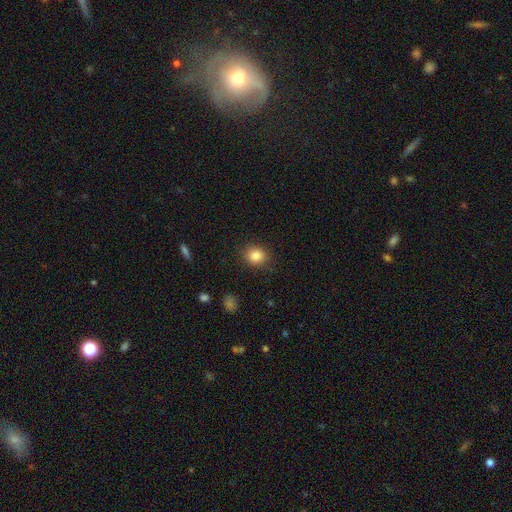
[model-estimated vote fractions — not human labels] Morphology: type=smooth (85%); roundness=round (70%); merging=none (86%).